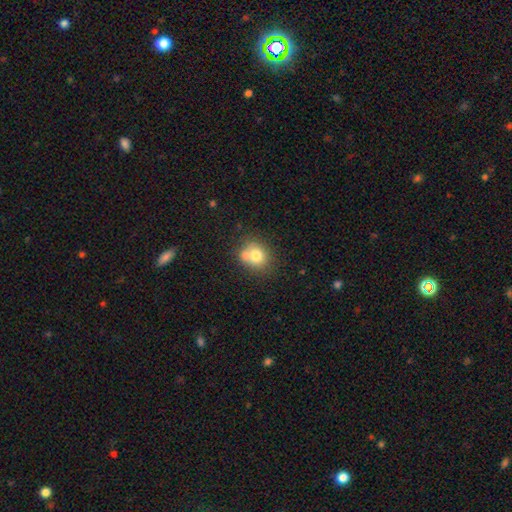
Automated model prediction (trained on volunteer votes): This appears to be a smooth galaxy with no disk features (74%) that is round (71%). Merging: none (52%).